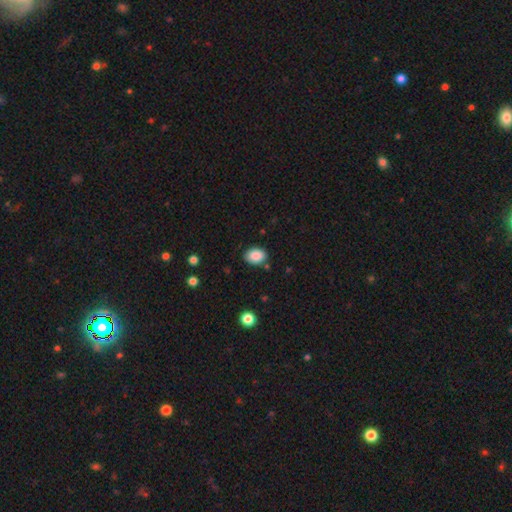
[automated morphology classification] A smooth galaxy with no disk features (88%) that is in between round and cigar-shaped (72%). Merging: none (85%).